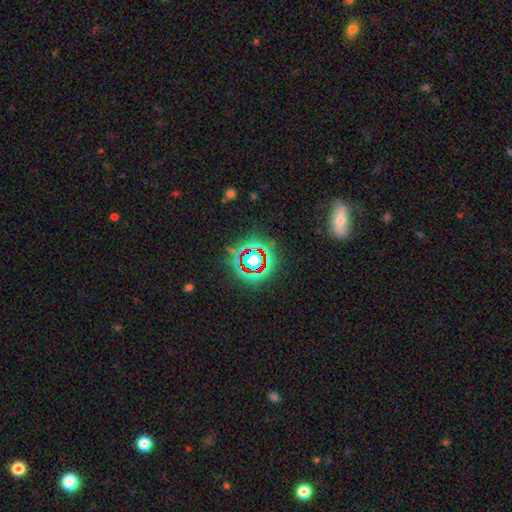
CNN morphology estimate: Overall: star or artifact (72%).